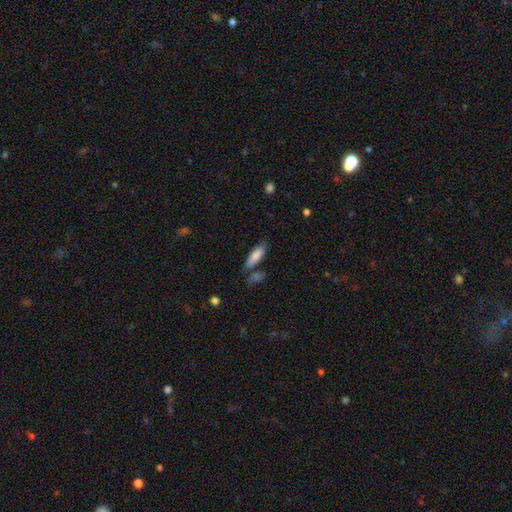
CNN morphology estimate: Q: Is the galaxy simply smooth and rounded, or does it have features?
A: smooth — 82%.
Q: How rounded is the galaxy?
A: in between — 58%.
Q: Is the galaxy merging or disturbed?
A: none — 62%.